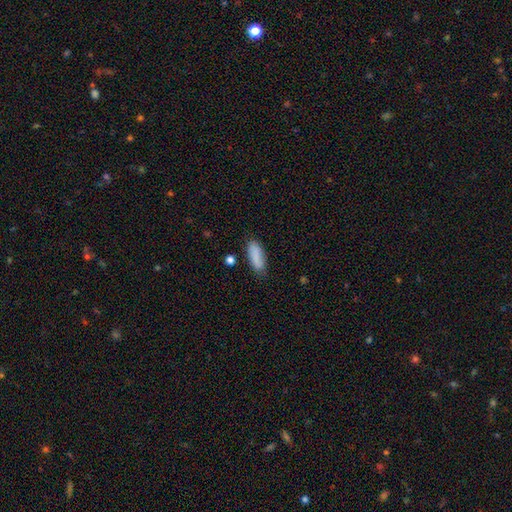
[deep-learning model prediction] The model was most divided on "how rounded": in between: 73%, cigar-shaped: 25%, round: 2%. More confident: smooth or featured — smooth (85%); merging — none (77%).